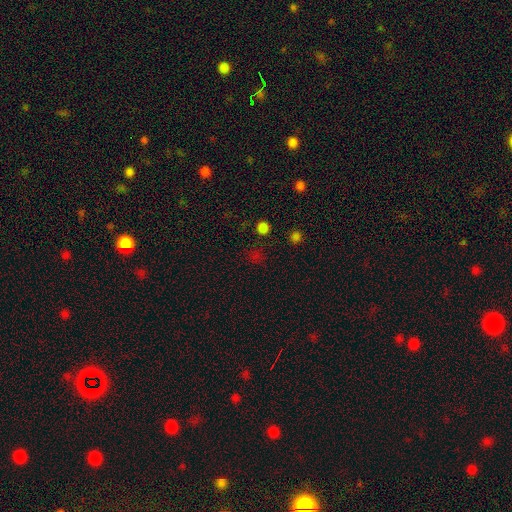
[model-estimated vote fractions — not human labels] Q: Smooth or featured?
A: smooth (52%); runner-up: star or artifact (42%)
Q: How rounded?
A: round (83%); runner-up: in between (16%)
Q: Merging?
A: none (77%); runner-up: minor disturbance (11%)